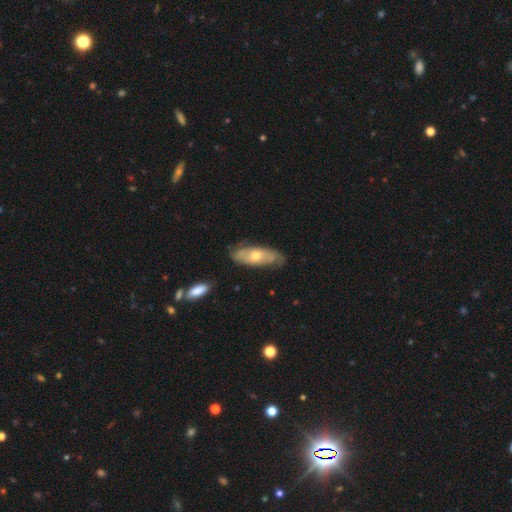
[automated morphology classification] This is possibly a featured or disk galaxy (51%). It is likely not viewed edge-on (72%). Merging: likely none (75%).